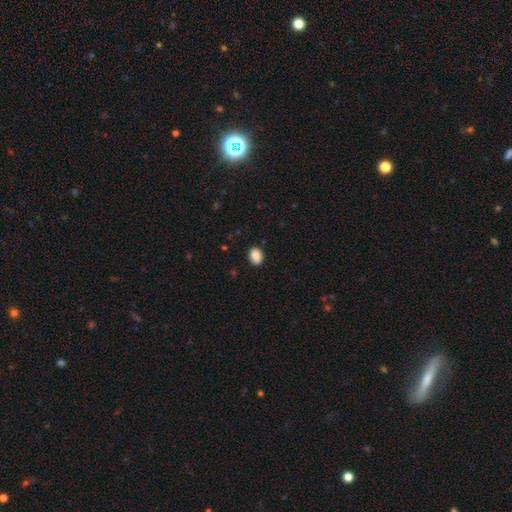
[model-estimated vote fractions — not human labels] smooth 89%, star or artifact 8%, featured or disk 3%. Down the decision tree: how rounded — in between (72%); merging — none (88%).